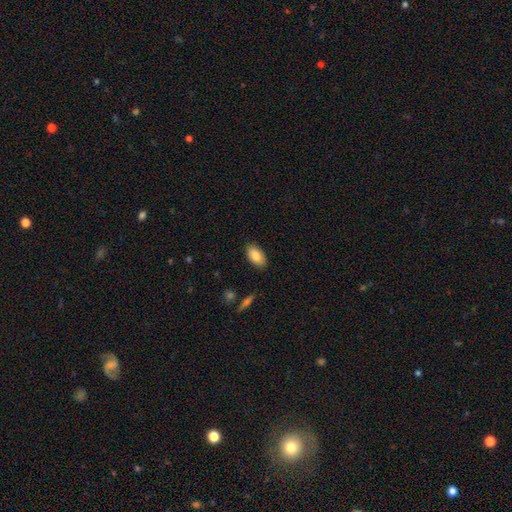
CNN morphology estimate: Smooth or featured: smooth — 82% (featured or disk — 11%)
How rounded: in between — 94% (round — 4%)
Merging: none — 87% (minor disturbance — 10%)